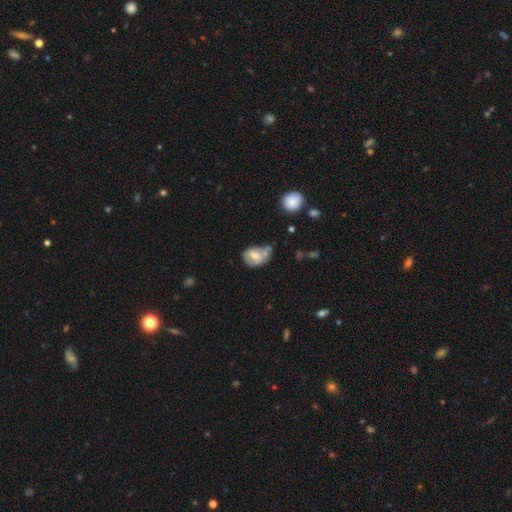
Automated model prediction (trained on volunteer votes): Morphology: type=smooth (51%); roundness=in between (65%); merging=minor disturbance (37%).